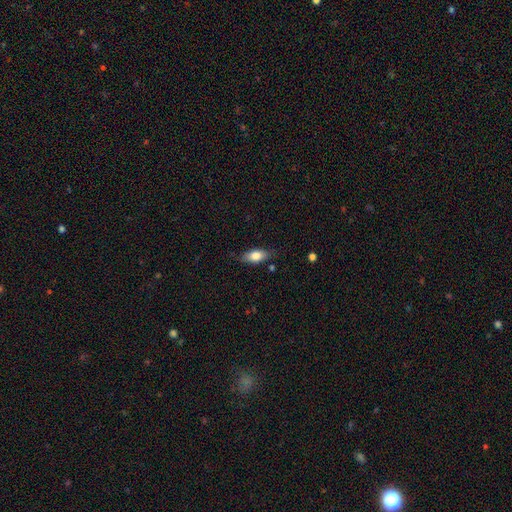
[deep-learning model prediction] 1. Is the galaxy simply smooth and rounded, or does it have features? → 75% smooth, 18% featured or disk, 7% star or artifact.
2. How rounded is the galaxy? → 82% in between, 14% cigar-shaped, 4% round.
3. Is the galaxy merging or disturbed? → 77% none, 18% minor disturbance, 4% major disturbance, 2% merger.